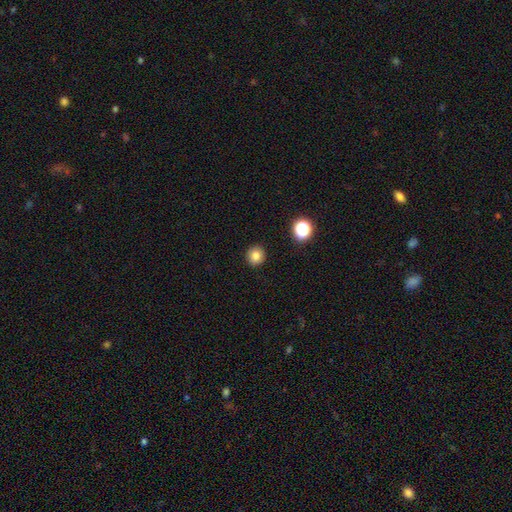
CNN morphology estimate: Smooth or featured? Predicted: smooth (p=0.83). How rounded? Predicted: round (p=0.92). Merging? Predicted: none (p=0.91).